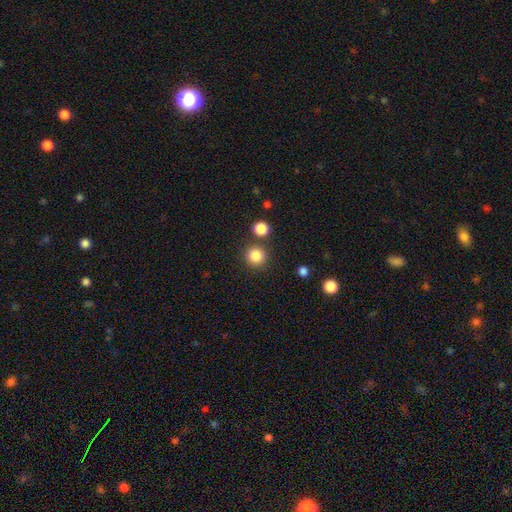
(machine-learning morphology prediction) Smooth or featured?
  - smooth: 86% *
  - star or artifact: 10%
  - featured or disk: 4%
How rounded?
  - round: 92% *
  - in between: 7%
  - cigar-shaped: 1%
Merging?
  - none: 84% *
  - merger: 7%
  - minor disturbance: 7%
  - major disturbance: 3%